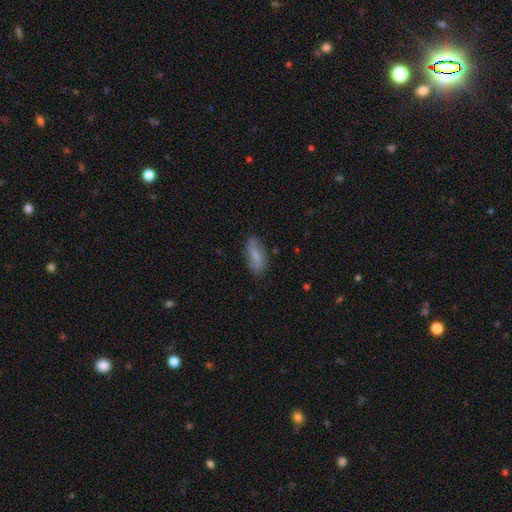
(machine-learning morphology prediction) A smooth galaxy with no disk features (66%) that is in between round and cigar-shaped (74%).

Vote fractions:
- Smooth or featured? smooth: 66% / featured or disk: 26% / star or artifact: 8%
- How rounded? in between: 74% / cigar-shaped: 23% / round: 3%
- Merging? none: 78% / minor disturbance: 16% / major disturbance: 4% / merger: 2%